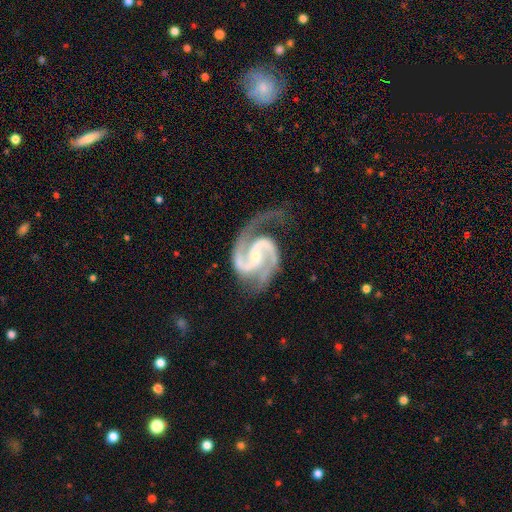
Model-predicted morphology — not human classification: Smooth or featured? featured or disk (95%)
Edge-on disk? no (98%)
Bar? weak (40%)
Spiral arms? yes (99%)
Spiral winding? medium (65%)
Spiral arm count? 2 (93%)
Bulge size? small (70%)
Merging? none (63%)